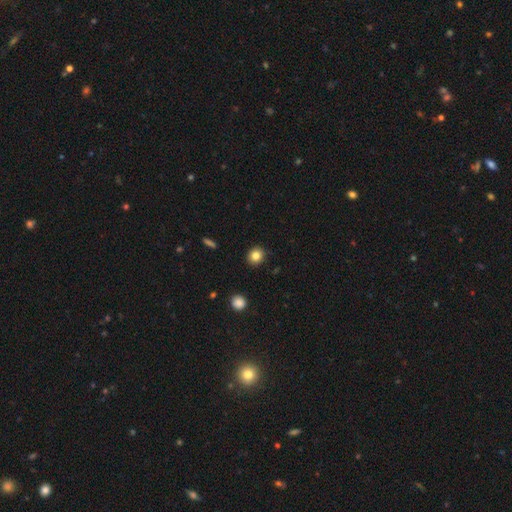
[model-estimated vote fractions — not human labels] Q: Smooth or featured?
A: smooth (83%); runner-up: star or artifact (10%)
Q: How rounded?
A: round (81%); runner-up: in between (18%)
Q: Merging?
A: none (90%); runner-up: minor disturbance (7%)